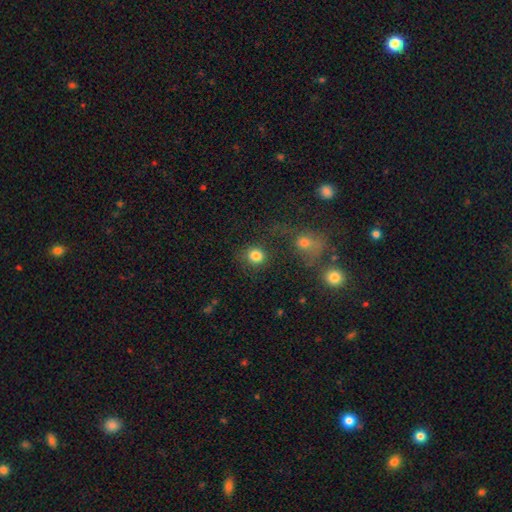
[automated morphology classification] Smooth or featured?
  - smooth: 83% *
  - star or artifact: 11%
  - featured or disk: 5%
How rounded?
  - round: 83% *
  - in between: 16%
  - cigar-shaped: 1%
Merging?
  - none: 70% *
  - merger: 11%
  - minor disturbance: 11%
  - major disturbance: 7%